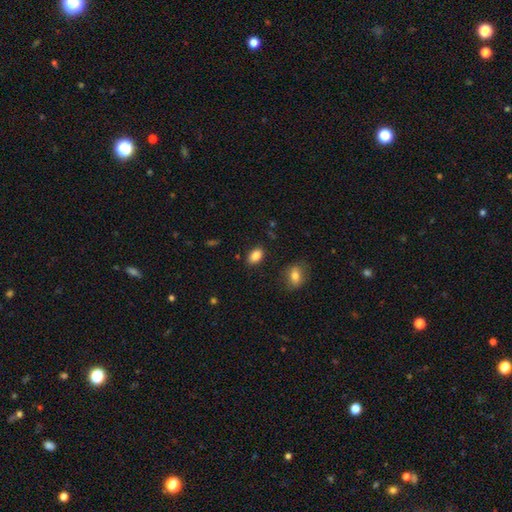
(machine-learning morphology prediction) Smooth or featured?
  - smooth: 84% *
  - star or artifact: 9%
  - featured or disk: 7%
How rounded?
  - in between: 86% *
  - round: 12%
  - cigar-shaped: 2%
Merging?
  - none: 86% *
  - minor disturbance: 10%
  - major disturbance: 2%
  - merger: 2%